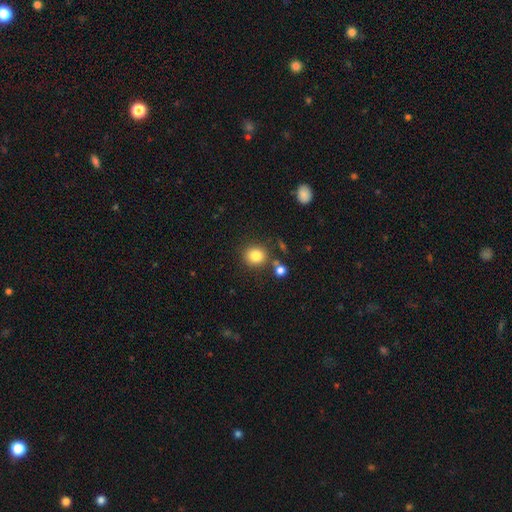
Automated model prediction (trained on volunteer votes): smooth 83%, star or artifact 11%, featured or disk 6%. Down the decision tree: how rounded — round (84%); merging — none (78%).